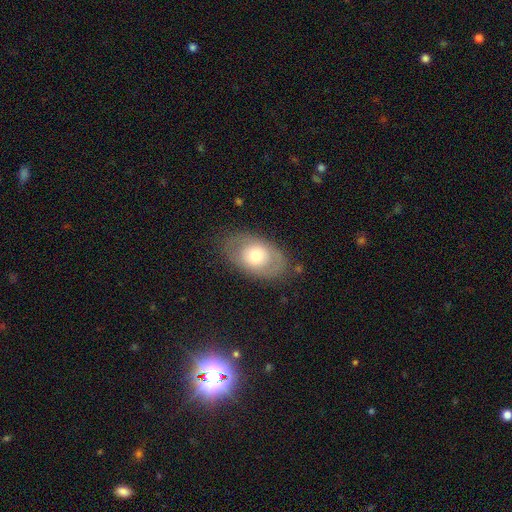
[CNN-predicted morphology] A smooth galaxy with no disk features (57%) that is in between round and cigar-shaped (85%). Merging: none (78%).